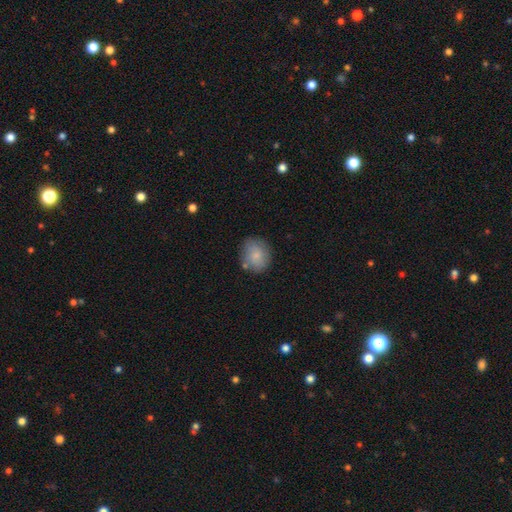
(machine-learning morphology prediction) Smooth or featured: smooth — 81% (featured or disk — 12%)
How rounded: round — 62% (in between — 37%)
Merging: none — 72% (minor disturbance — 18%)